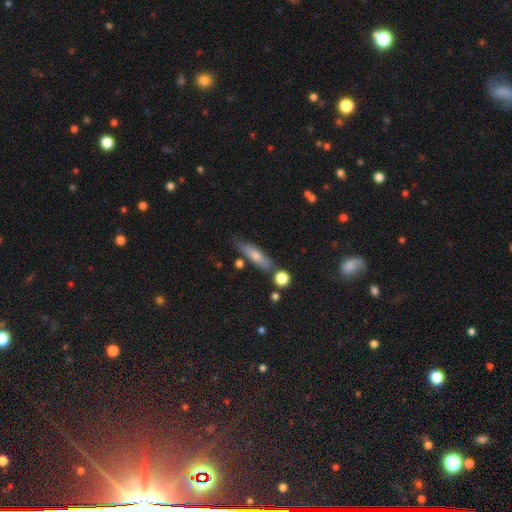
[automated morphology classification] smooth-or-featured: smooth: 66% | featured or disk: 27% | star or artifact: 7%
  how-rounded: cigar-shaped: 69% | in between: 29% | round: 3%
  merging: none: 68% | minor disturbance: 19% | merger: 8% | major disturbance: 5%